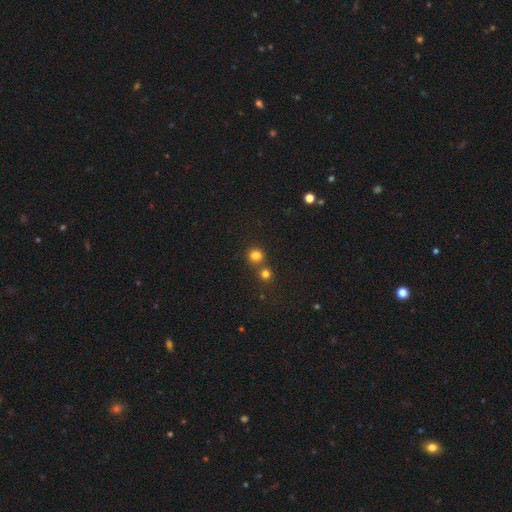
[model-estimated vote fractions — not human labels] smooth-or-featured: smooth: 79% | star or artifact: 16% | featured or disk: 5%
  how-rounded: round: 92% | in between: 7% | cigar-shaped: 1%
  merging: none: 68% | merger: 24% | minor disturbance: 6% | major disturbance: 2%